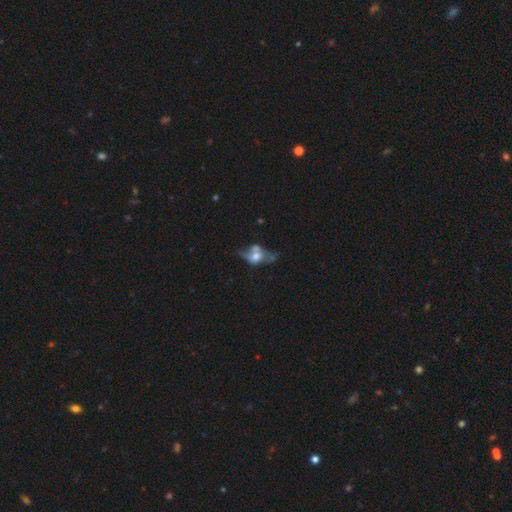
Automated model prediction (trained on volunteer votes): Morphology: type=featured or disk (53%); edge-on=no (70%); merging=merger (31%).